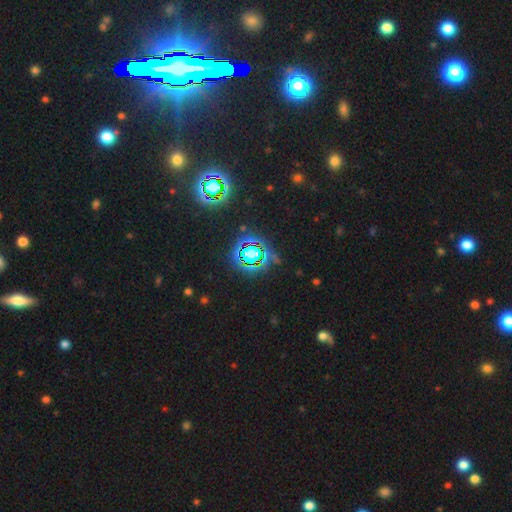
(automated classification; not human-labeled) smooth_or_featured: star or artifact (p=0.82) [alt: smooth p=0.10]